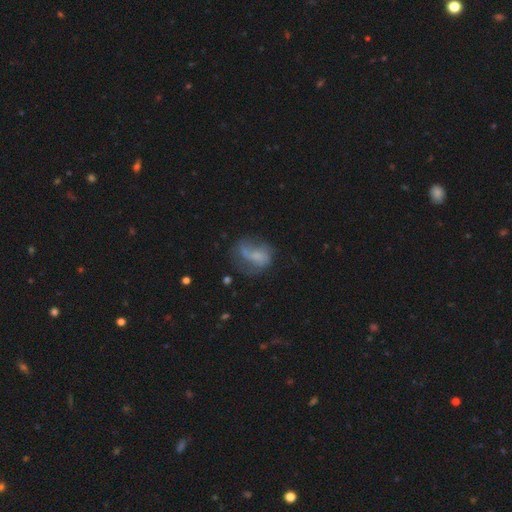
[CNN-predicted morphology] Smooth or featured? Predicted: featured or disk (p=0.46). Merging? Predicted: none (p=0.35).